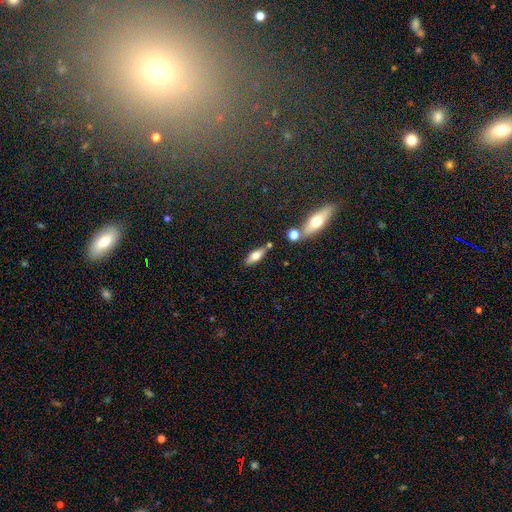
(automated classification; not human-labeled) Smooth or featured? smooth (66%)
How rounded? in between (63%)
Merging? none (74%)